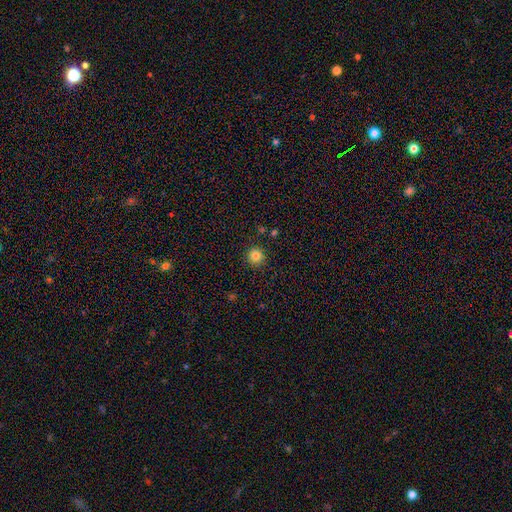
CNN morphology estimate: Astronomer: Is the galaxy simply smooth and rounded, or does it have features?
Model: smooth — 83%.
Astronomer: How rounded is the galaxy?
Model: round — 95%.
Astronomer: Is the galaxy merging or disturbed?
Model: none — 91%.